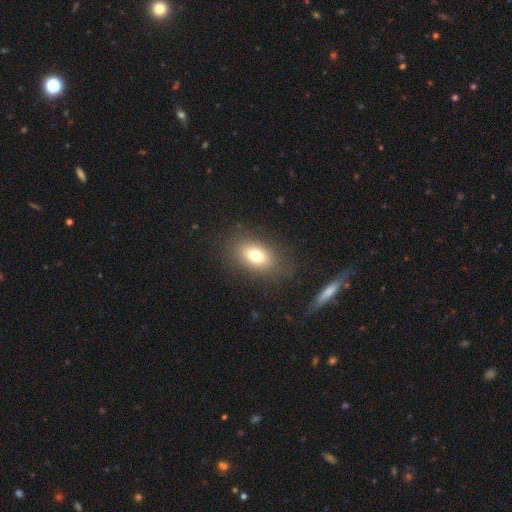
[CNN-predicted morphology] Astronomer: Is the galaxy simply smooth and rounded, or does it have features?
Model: smooth — 75%.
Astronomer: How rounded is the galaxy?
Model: in between — 81%.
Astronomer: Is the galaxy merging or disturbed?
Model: none — 81%.